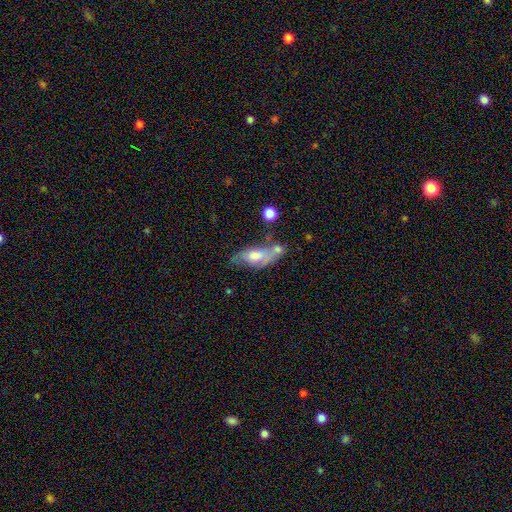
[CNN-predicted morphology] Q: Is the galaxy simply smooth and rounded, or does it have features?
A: smooth — 52%.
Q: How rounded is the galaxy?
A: in between — 75%.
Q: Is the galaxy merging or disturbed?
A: none — 37%.